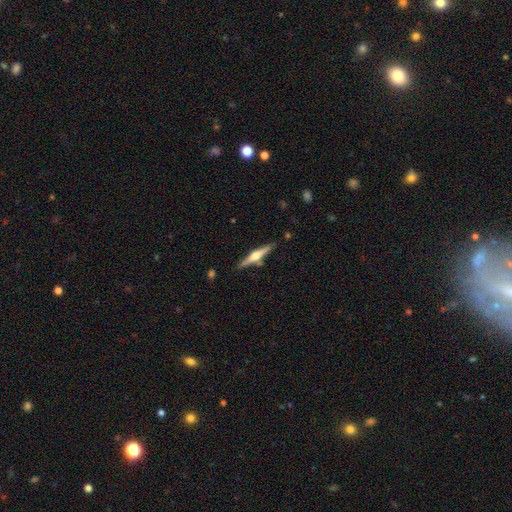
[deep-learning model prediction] Smooth or featured?
  - featured or disk: 72% *
  - smooth: 23%
  - star or artifact: 5%
Edge-on disk?
  - yes: 98% *
  - no: 2%
Edge-on bulge?
  - rounded: 93% *
  - boxy: 4%
  - none: 3%
Merging?
  - none: 86% *
  - minor disturbance: 9%
  - merger: 3%
  - major disturbance: 2%